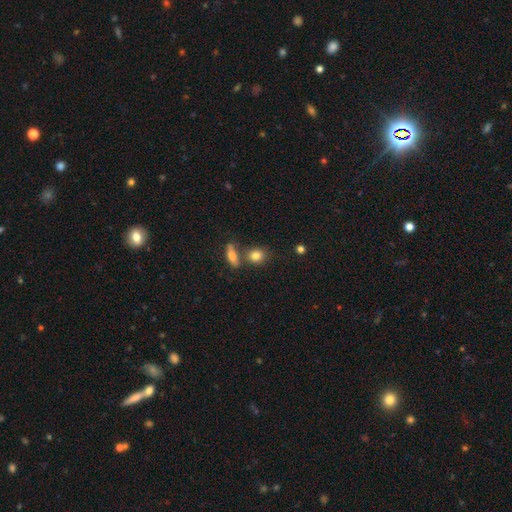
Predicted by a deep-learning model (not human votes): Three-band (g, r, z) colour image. It shows a smooth galaxy with no disk features (82%) that is round (61%). Merging: none (63%).